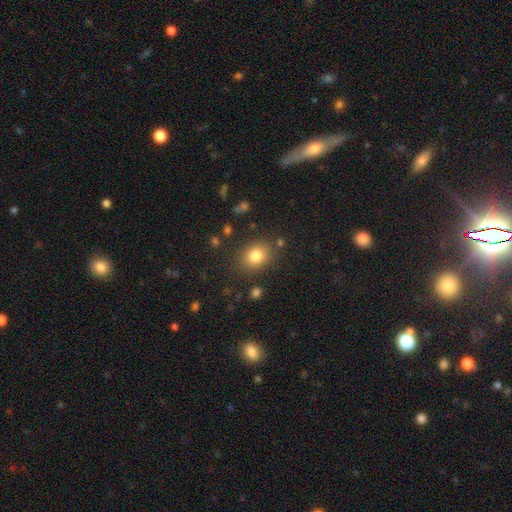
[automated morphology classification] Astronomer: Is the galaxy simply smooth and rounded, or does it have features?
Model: smooth — 81%.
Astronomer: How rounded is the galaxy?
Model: in between — 51% (runner-up: round, 48%).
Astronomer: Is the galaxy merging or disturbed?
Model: none — 83%.